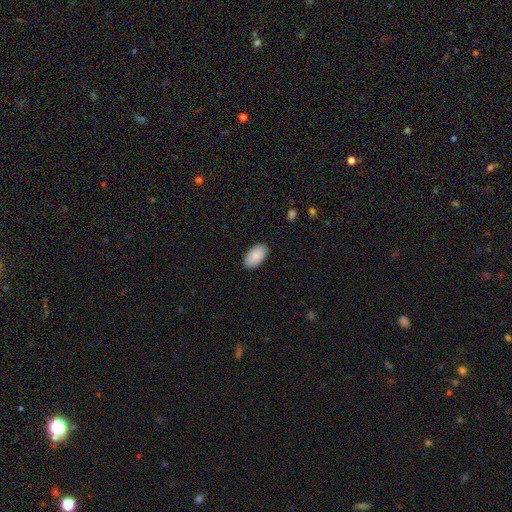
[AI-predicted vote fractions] smooth 89%, star or artifact 6%, featured or disk 5%. Down the decision tree: how rounded — in between (95%); merging — none (87%).